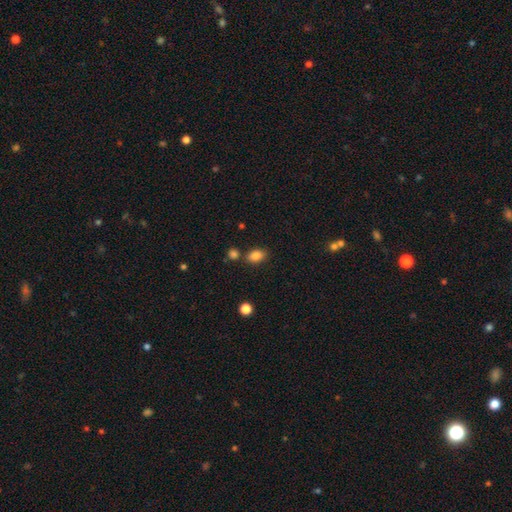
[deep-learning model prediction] Morphology: type=smooth (84%); roundness=in between (84%); merging=none (76%).